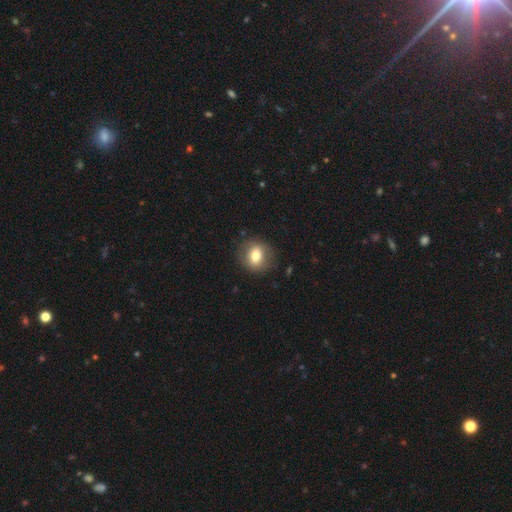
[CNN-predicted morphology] Overall: smooth (72%). How rounded: round (67%; in between 32%). Merging: none (84%).